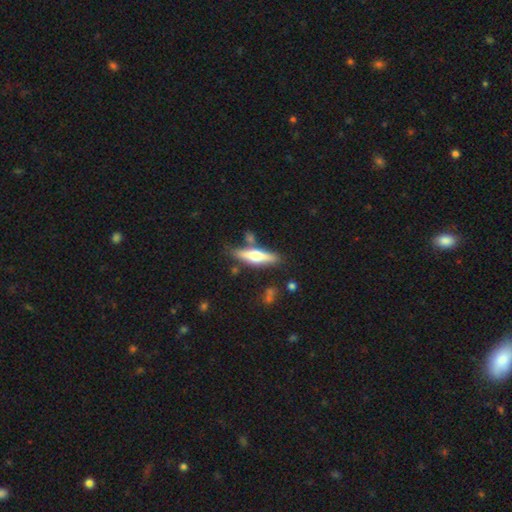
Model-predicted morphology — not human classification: smooth-or-featured: featured or disk: 49% | smooth: 45% | star or artifact: 6%
  merging: none: 75% | minor disturbance: 13% | merger: 9% | major disturbance: 3%